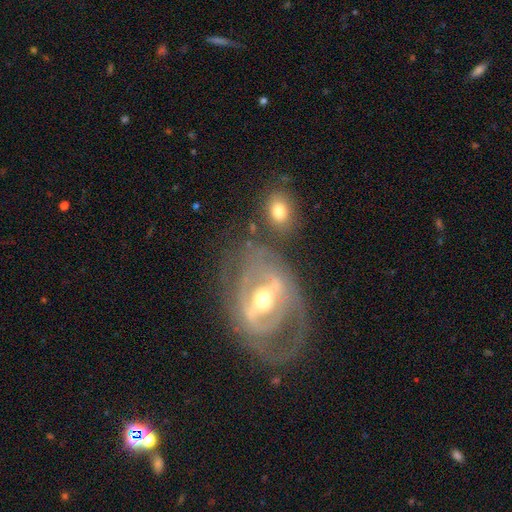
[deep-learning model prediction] featured or disk 75%, smooth 17%, star or artifact 8%. Down the decision tree: edge-on disk — no (92%); bar — strong (51%); spiral arms — yes (60%); bulge size — moderate (69%); merging — none (54%).